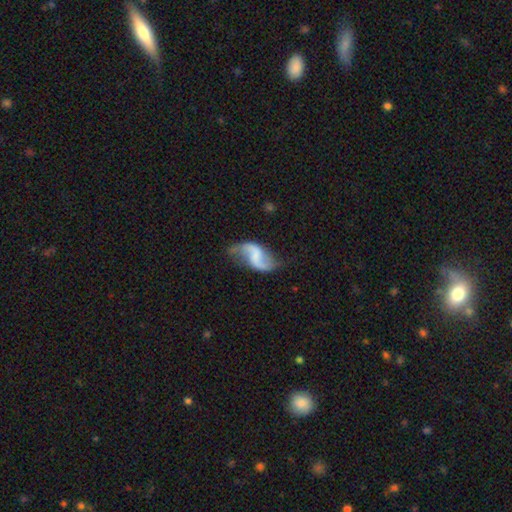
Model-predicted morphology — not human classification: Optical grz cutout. It shows a featured or disk galaxy (82%) with a weak bar (48%), 2 (92%) loose (82%) spiral arms (94%) and no central bulge (49%). Merging: none (66%).